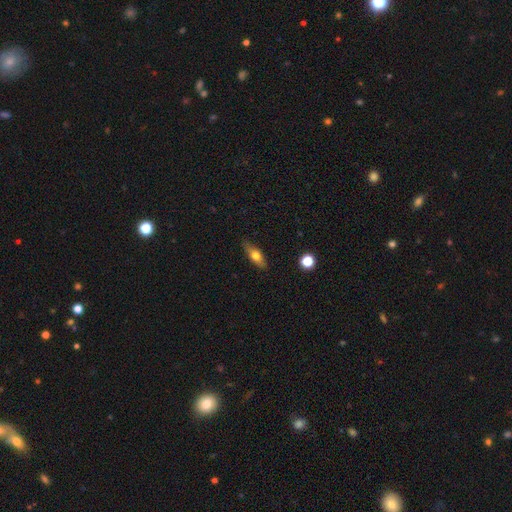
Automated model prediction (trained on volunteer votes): The model was most divided on "how rounded": in between: 58%, cigar-shaped: 37%, round: 5%. More confident: merging — none (84%); smooth or featured — smooth (60%).